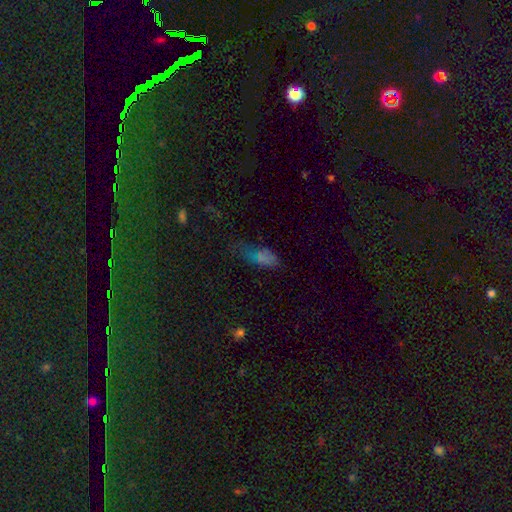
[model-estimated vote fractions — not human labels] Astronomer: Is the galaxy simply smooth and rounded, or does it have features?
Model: smooth — 59%.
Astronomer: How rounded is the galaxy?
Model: in between — 67%.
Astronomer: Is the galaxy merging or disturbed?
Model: none — 41% (runner-up: minor disturbance, 29%).